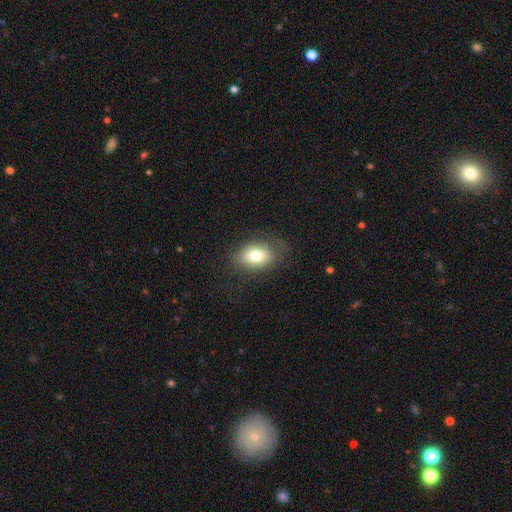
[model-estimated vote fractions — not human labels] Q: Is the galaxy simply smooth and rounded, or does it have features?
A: smooth — 77%.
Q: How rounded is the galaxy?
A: in between — 80%.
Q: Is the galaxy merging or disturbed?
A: none — 73%.